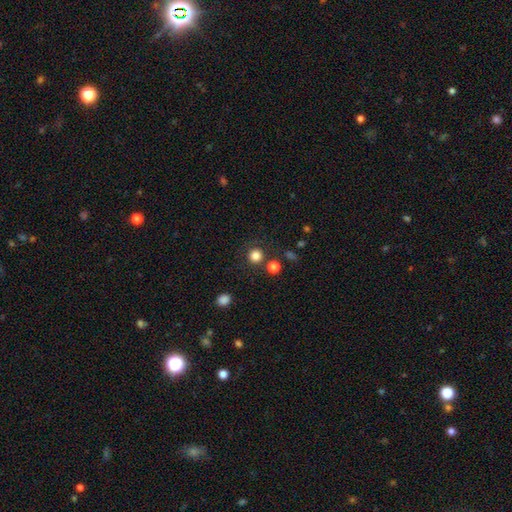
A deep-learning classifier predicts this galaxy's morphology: Smooth or featured: smooth — 82% (star or artifact — 13%)
How rounded: round — 94% (in between — 6%)
Merging: none — 83% (minor disturbance — 8%)